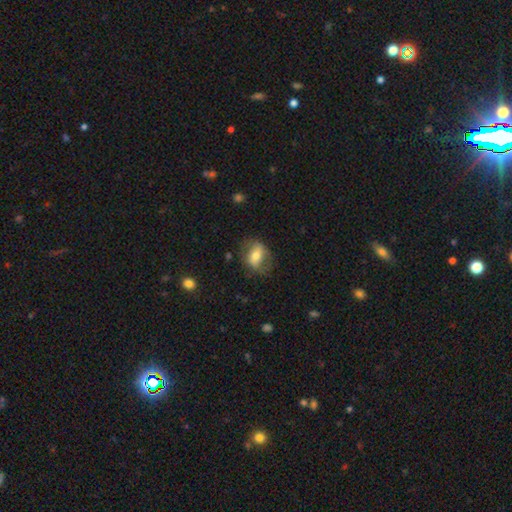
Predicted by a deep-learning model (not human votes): smooth-or-featured: smooth: 56% | featured or disk: 37% | star or artifact: 7%
  how-rounded: in between: 69% | round: 29% | cigar-shaped: 2%
  merging: none: 66% | minor disturbance: 20% | major disturbance: 12% | merger: 2%